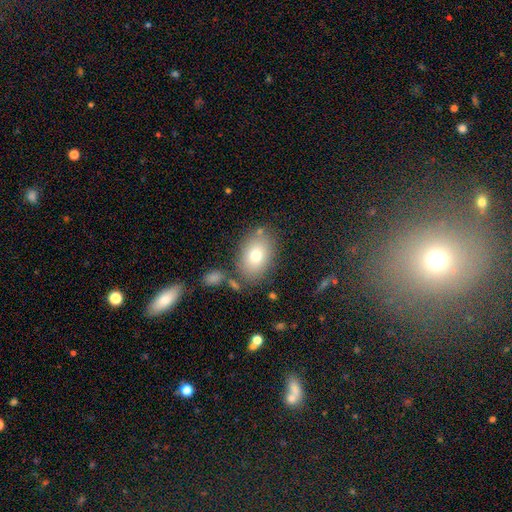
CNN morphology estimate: A smooth galaxy with no disk features (74%) that is in between round and cigar-shaped (80%). Merging: none (76%).